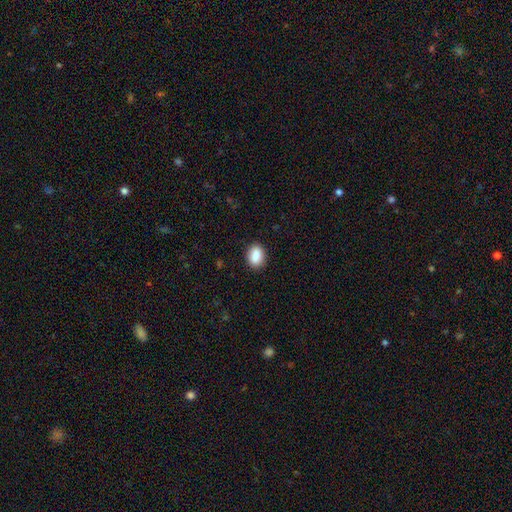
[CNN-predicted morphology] Smooth or featured? Predicted: smooth (p=0.88). How rounded? Predicted: in between (p=0.77). Merging? Predicted: none (p=0.88).